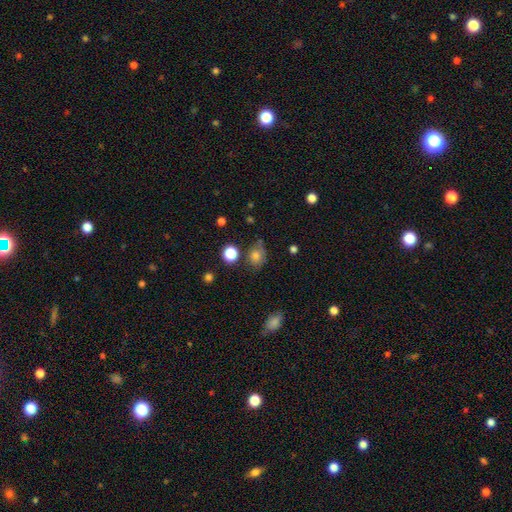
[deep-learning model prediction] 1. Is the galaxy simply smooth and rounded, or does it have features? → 77% smooth, 14% star or artifact, 9% featured or disk.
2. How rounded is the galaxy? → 57% round, 42% in between, 1% cigar-shaped.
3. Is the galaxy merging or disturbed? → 66% none, 22% minor disturbance, 7% major disturbance, 6% merger.